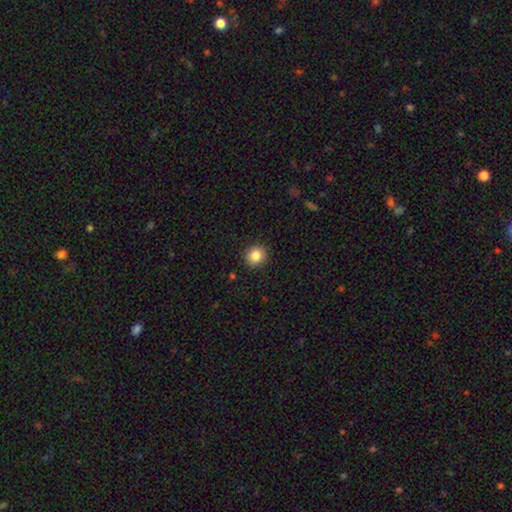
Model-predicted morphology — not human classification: smooth_or_featured: smooth (p=0.83) [alt: star or artifact p=0.10]
how_rounded: round (p=0.89) [alt: in between p=0.10]
merging: none (p=0.91) [alt: minor disturbance p=0.06]